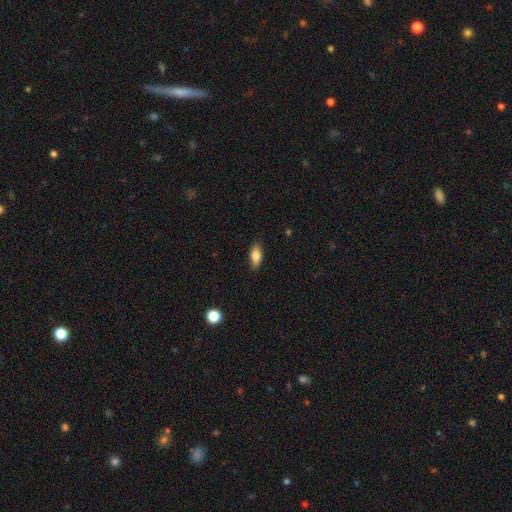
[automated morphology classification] Q: Smooth or featured?
A: smooth (78%); runner-up: featured or disk (15%)
Q: How rounded?
A: in between (81%); runner-up: cigar-shaped (15%)
Q: Merging?
A: none (86%); runner-up: minor disturbance (11%)